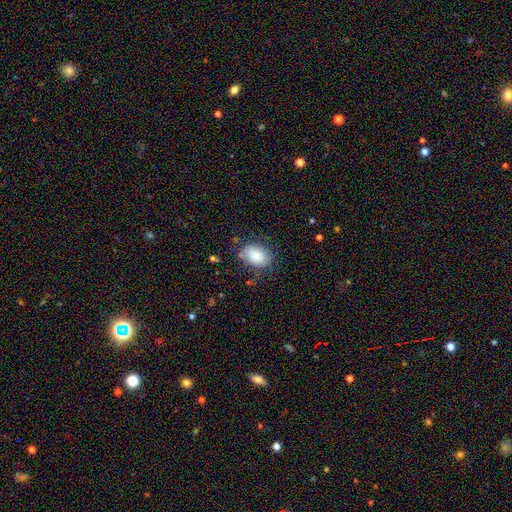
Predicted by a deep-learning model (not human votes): Smooth or featured? smooth (86%)
How rounded? in between (82%)
Merging? none (70%)